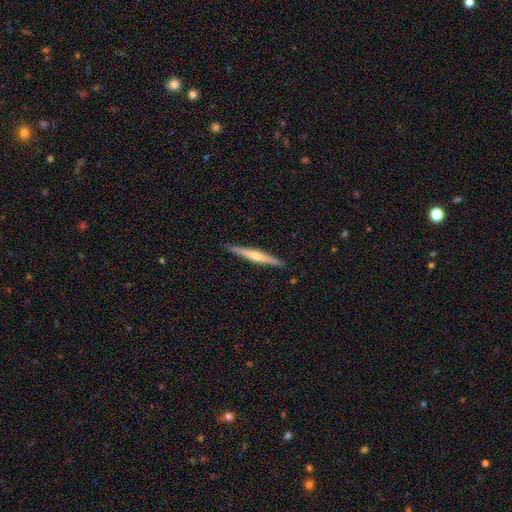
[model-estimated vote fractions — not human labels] The model was most divided on "smooth or featured": featured or disk: 68%, smooth: 26%, star or artifact: 6%. More confident: edge-on disk — yes (98%); merging — none (91%); edge-on bulge — rounded (81%).